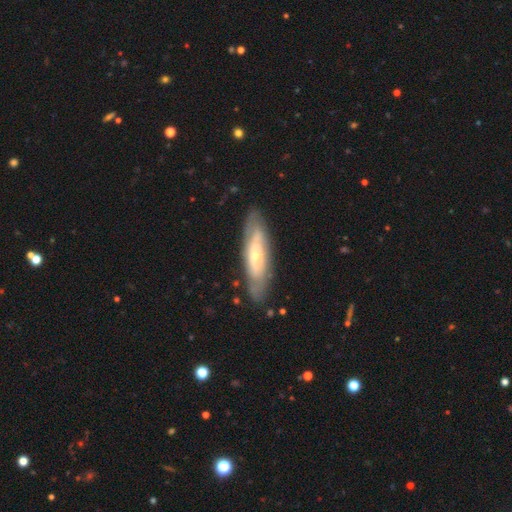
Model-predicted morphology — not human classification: featured or disk 63%, smooth 31%, star or artifact 6%. Down the decision tree: edge-on disk — no (71%); merging — none (79%).